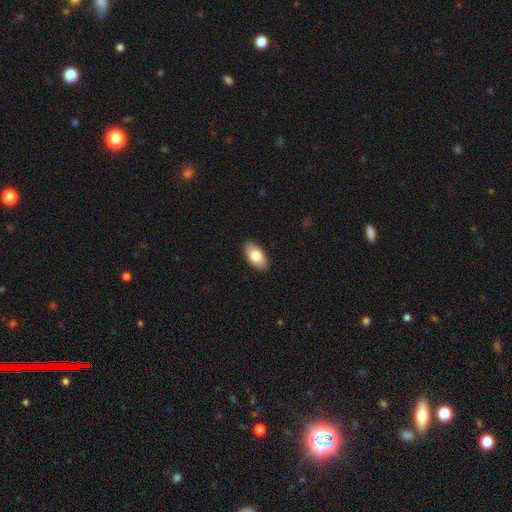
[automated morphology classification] type=smooth (79%); roundness=in between (94%); merging=none (89%).